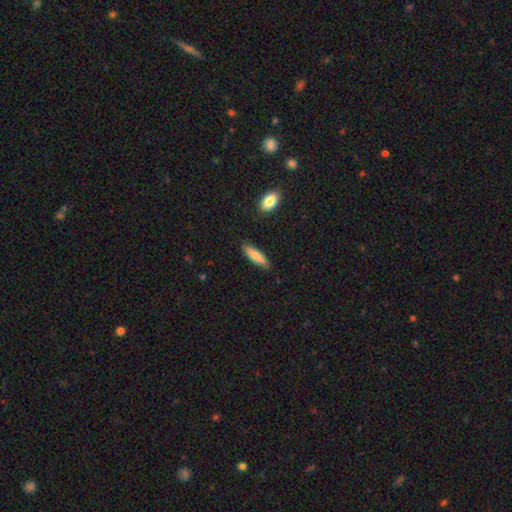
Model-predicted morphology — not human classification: A smooth galaxy with no disk features (77%) that is cigar-shaped (61%). Merging: none (84%).